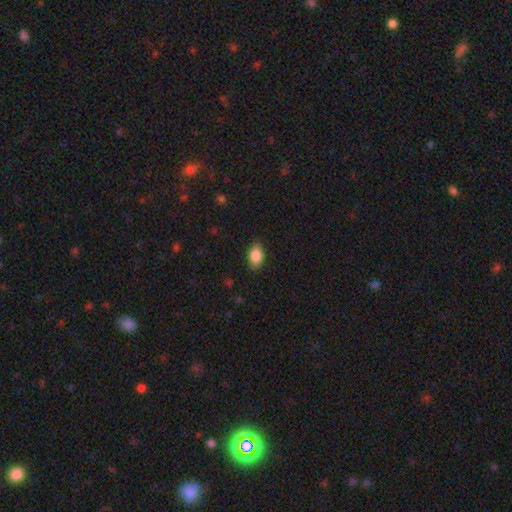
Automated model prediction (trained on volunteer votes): Smooth or featured? smooth (86%)
How rounded? in between (88%)
Merging? none (86%)